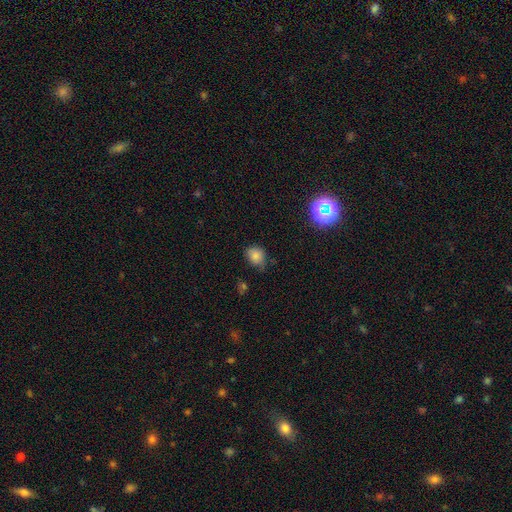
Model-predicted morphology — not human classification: A smooth galaxy with no disk features (80%) that is round (63%).

Vote fractions:
- Smooth or featured? smooth: 80% / star or artifact: 13% / featured or disk: 7%
- How rounded? round: 63% / in between: 36% / cigar-shaped: 1%
- Merging? none: 62% / minor disturbance: 30% / major disturbance: 6% / merger: 2%